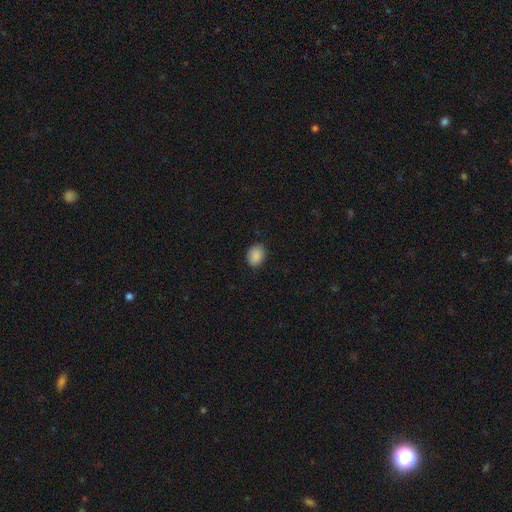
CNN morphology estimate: The model was most divided on "how rounded": in between: 65%, round: 34%, cigar-shaped: 1%. More confident: smooth or featured — smooth (89%); merging — none (83%).